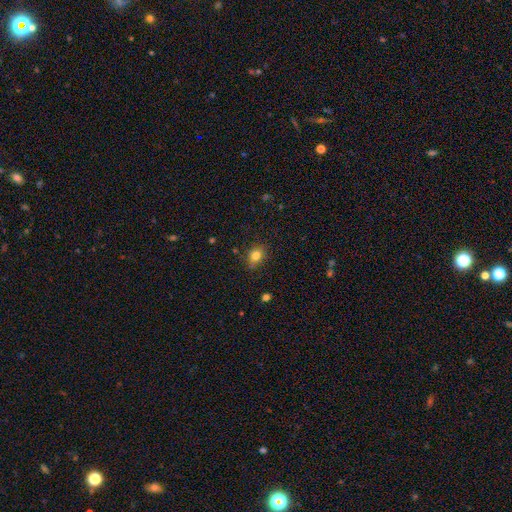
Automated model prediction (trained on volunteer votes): A smooth galaxy with no disk features (80%) that is round (57%).

Vote fractions:
- Smooth or featured? smooth: 80% / star or artifact: 12% / featured or disk: 7%
- How rounded? round: 57% / in between: 42% / cigar-shaped: 1%
- Merging? none: 81% / minor disturbance: 14% / major disturbance: 3% / merger: 2%